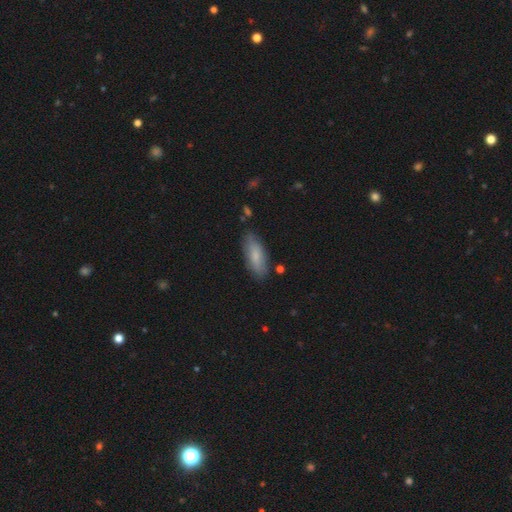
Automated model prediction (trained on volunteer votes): smooth_or_featured: smooth (p=0.79) [alt: featured or disk p=0.16]
how_rounded: in between (p=0.68) [alt: cigar-shaped p=0.30]
merging: none (p=0.81) [alt: minor disturbance p=0.14]